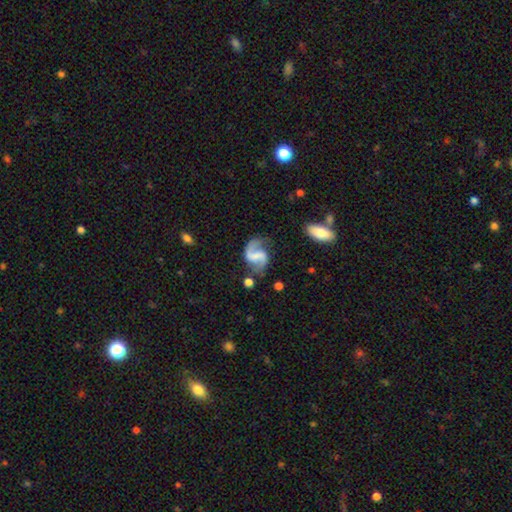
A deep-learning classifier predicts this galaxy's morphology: This is clearly a featured or disk galaxy (87%). It is clearly not viewed edge-on (98%). Bar: marginally weak (44%). Spiral arm pattern: clearly yes (96%). Spiral arm count: clearly 2 (91%). Spiral winding: possibly loose (47%). Central bulge: possibly none (48%). Merging: likely none (69%).